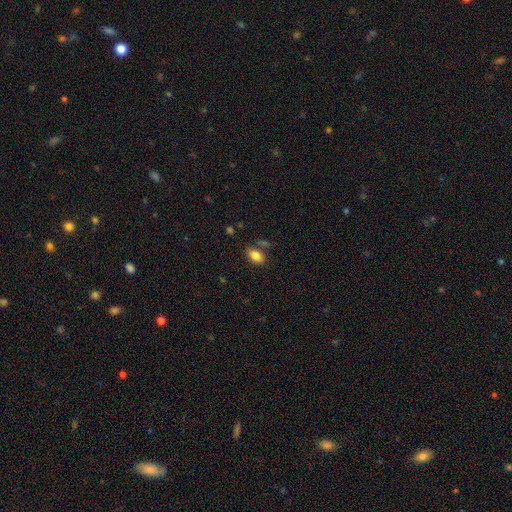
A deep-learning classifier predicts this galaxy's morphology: Smooth or featured? Predicted: smooth (p=0.85). How rounded? Predicted: in between (p=0.89). Merging? Predicted: none (p=0.74).